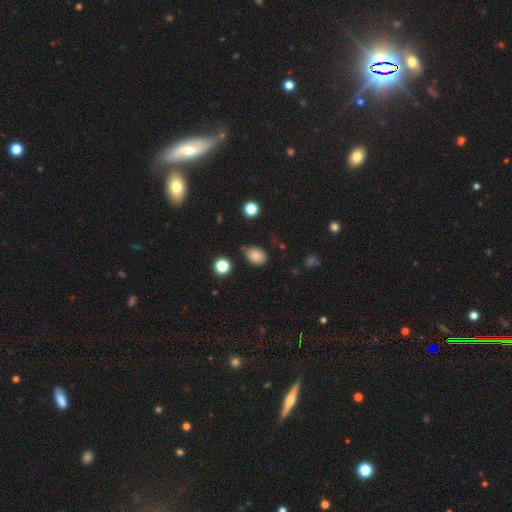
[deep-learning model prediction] A smooth galaxy with no disk features (82%) that is in between round and cigar-shaped (77%).

Vote fractions:
- Smooth or featured? smooth: 82% / star or artifact: 11% / featured or disk: 8%
- How rounded? in between: 77% / round: 22% / cigar-shaped: 1%
- Merging? none: 69% / minor disturbance: 22% / major disturbance: 5% / merger: 4%